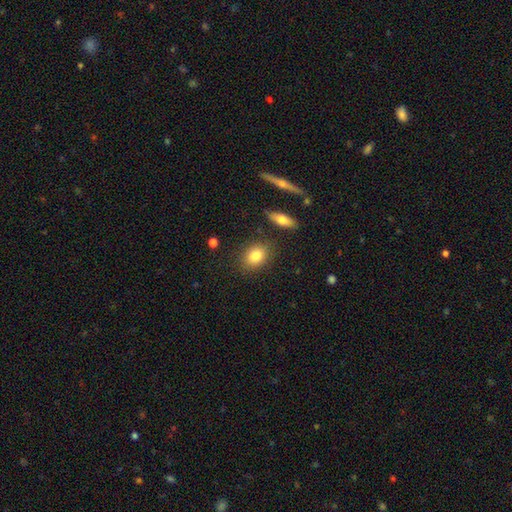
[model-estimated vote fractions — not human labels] Smooth or featured: smooth — 83% (featured or disk — 9%)
How rounded: in between — 59% (round — 39%)
Merging: none — 83% (minor disturbance — 11%)